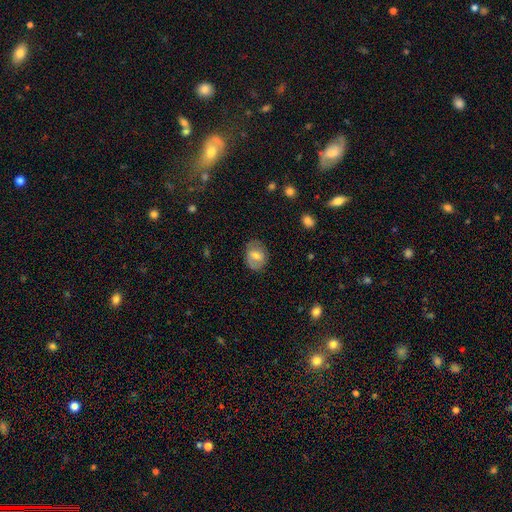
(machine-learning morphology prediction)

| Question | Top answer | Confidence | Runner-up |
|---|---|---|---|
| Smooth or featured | smooth | 60% | featured or disk (32%) |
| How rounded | in between | 53% | round (45%) |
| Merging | none | 77% | minor disturbance (17%) |